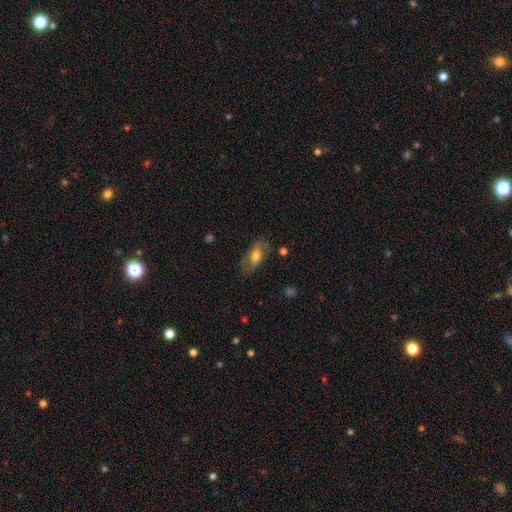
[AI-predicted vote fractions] Q: Smooth or featured?
A: smooth (59%); runner-up: featured or disk (34%)
Q: How rounded?
A: in between (85%); runner-up: cigar-shaped (10%)
Q: Merging?
A: none (73%); runner-up: minor disturbance (19%)